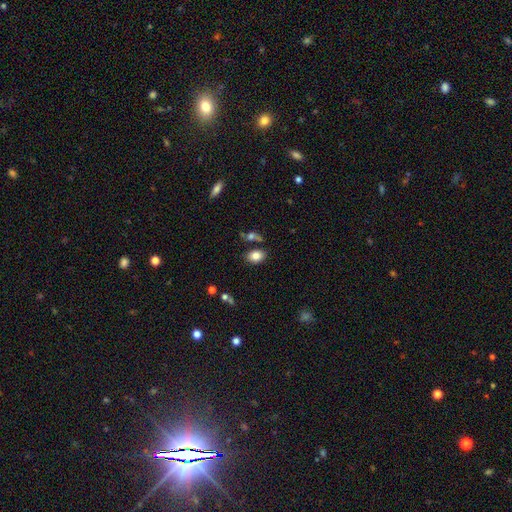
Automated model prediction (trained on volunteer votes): This appears to be a smooth galaxy with no disk features (83%) that is in between round and cigar-shaped (79%). Merging: none (75%).